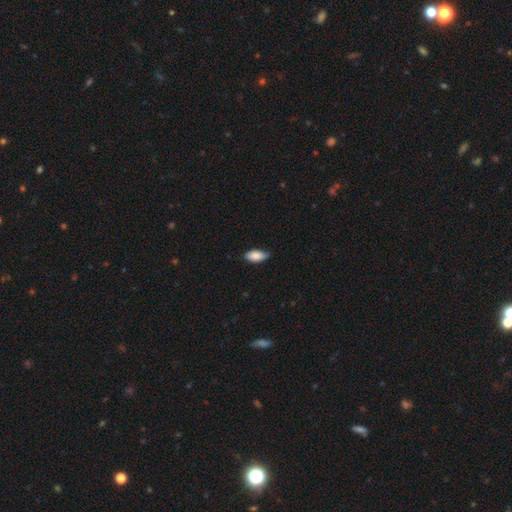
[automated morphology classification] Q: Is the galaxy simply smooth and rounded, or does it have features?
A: smooth — 87%.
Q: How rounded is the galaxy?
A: in between — 90%.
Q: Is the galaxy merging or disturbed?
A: none — 70%.